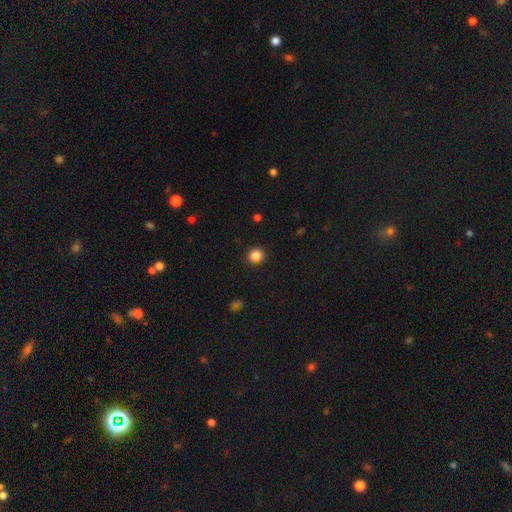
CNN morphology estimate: smooth_or_featured: smooth (p=0.85) [alt: star or artifact p=0.11]
how_rounded: round (p=0.87) [alt: in between p=0.12]
merging: none (p=0.89) [alt: minor disturbance p=0.07]